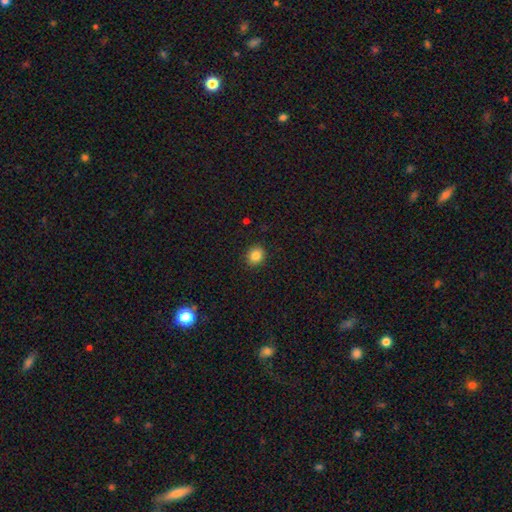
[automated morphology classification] A smooth galaxy with no disk features (84%) that is round (77%). Merging: none (90%).